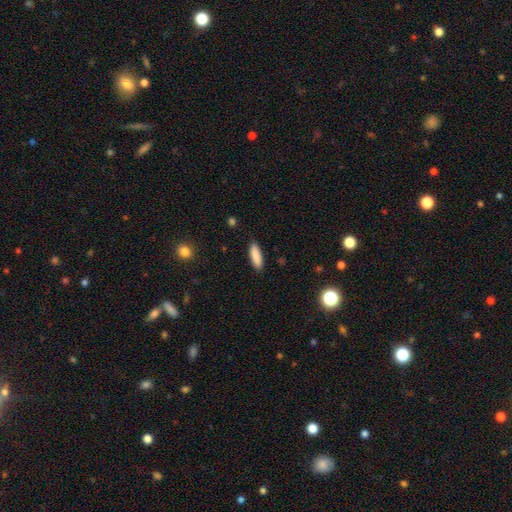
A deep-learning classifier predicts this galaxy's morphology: smooth 88%, star or artifact 6%, featured or disk 5%. Down the decision tree: how rounded — in between (51%); merging — none (87%).